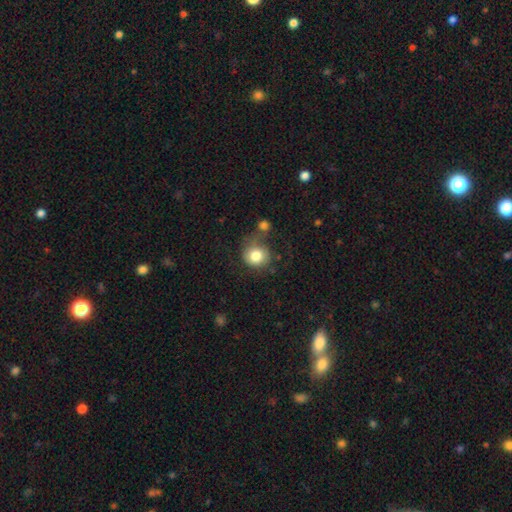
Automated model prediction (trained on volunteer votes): A smooth galaxy with no disk features (81%) that is round (85%). Merging: none (48%).